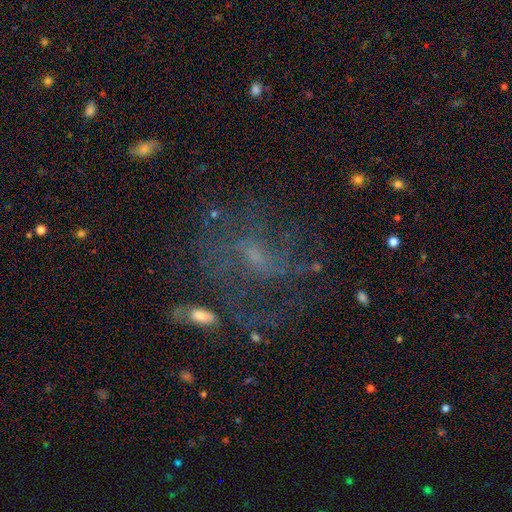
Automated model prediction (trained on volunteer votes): Morphology: type=featured or disk (66%); edge-on=no (97%); bar=no (57%); spiral arms=yes (76%); bulge=small (57%); merging=none (54%).